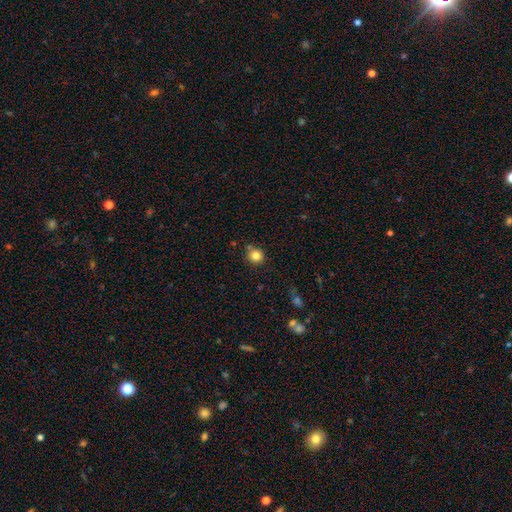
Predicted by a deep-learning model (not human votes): smooth_or_featured: smooth (p=0.83) [alt: star or artifact p=0.11]
how_rounded: round (p=0.90) [alt: in between p=0.09]
merging: none (p=0.78) [alt: minor disturbance p=0.11]